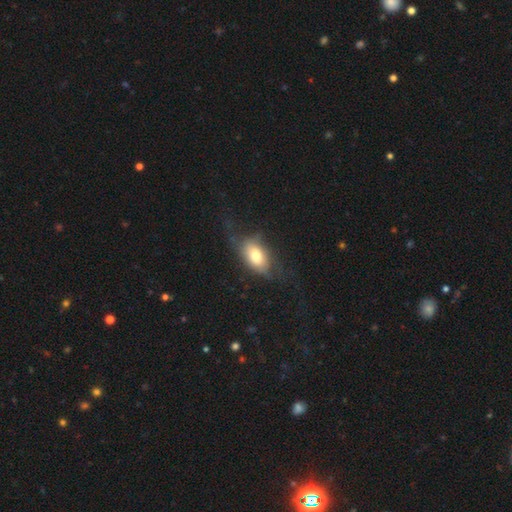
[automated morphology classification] The model was most divided on "merging": none: 49%, minor disturbance: 26%, major disturbance: 24%, merger: 2%. More confident: how rounded — in between (89%); smooth or featured — smooth (70%).